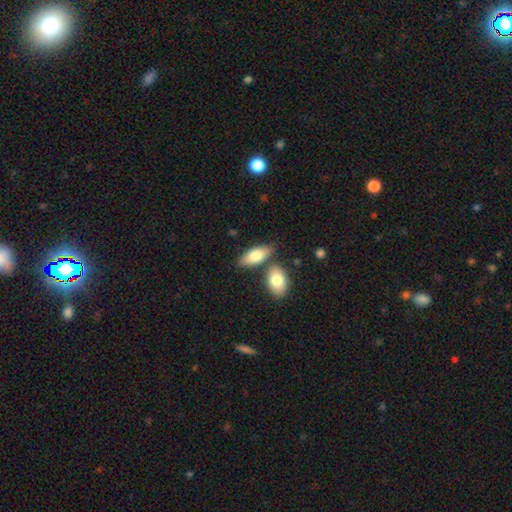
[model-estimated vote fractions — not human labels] A smooth galaxy with no disk features (77%) that is in between round and cigar-shaped (85%). Merging: none (61%).